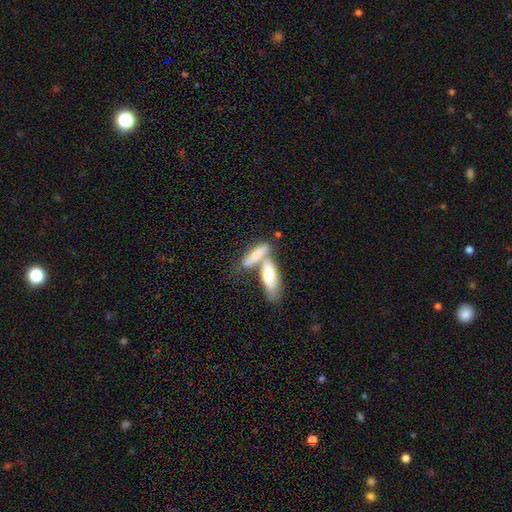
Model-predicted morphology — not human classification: This appears to be a smooth galaxy with no disk features (67%) that is in between round and cigar-shaped (50%). Merging: merger (59%).